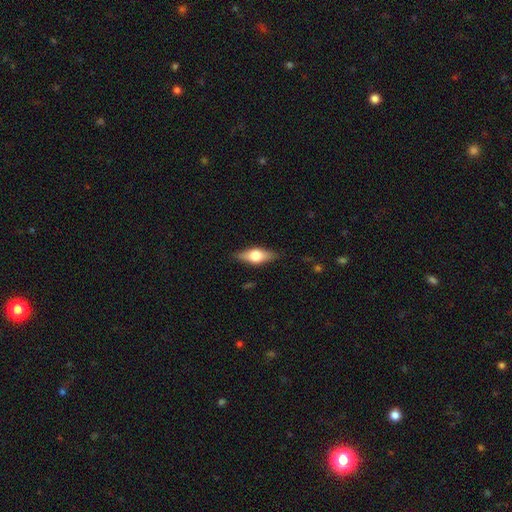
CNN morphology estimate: smooth_or_featured: smooth (p=0.52) [alt: featured or disk p=0.41]
how_rounded: in between (p=0.71) [alt: cigar-shaped p=0.25]
merging: none (p=0.85) [alt: minor disturbance p=0.11]